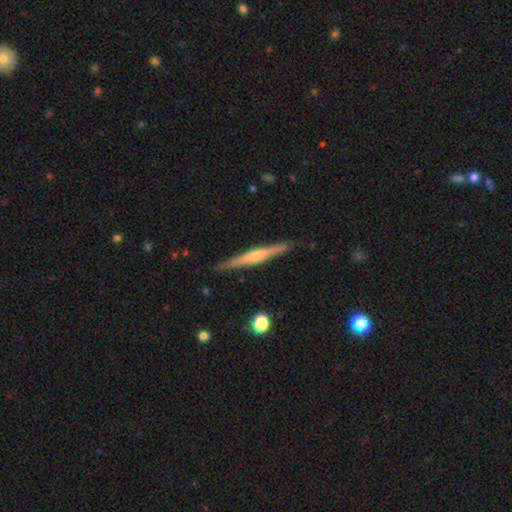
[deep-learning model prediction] Smooth or featured? featured or disk (74%)
Edge-on disk? yes (98%)
Edge-on bulge? rounded (79%)
Merging? none (90%)